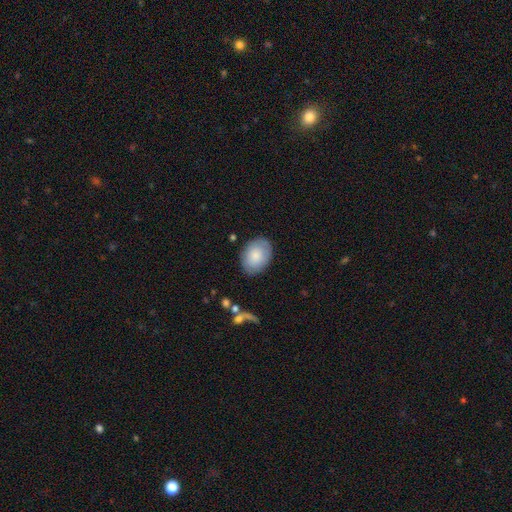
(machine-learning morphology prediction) Overall: smooth (83%). How rounded: in between (78%). Merging: none (83%).